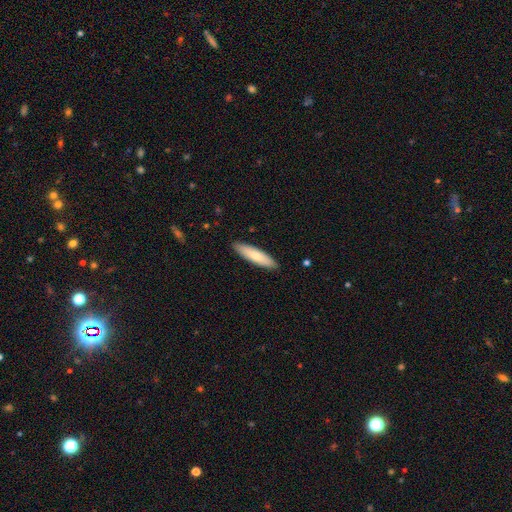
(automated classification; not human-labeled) Smooth or featured? smooth (79%)
How rounded? cigar-shaped (71%)
Merging? none (90%)